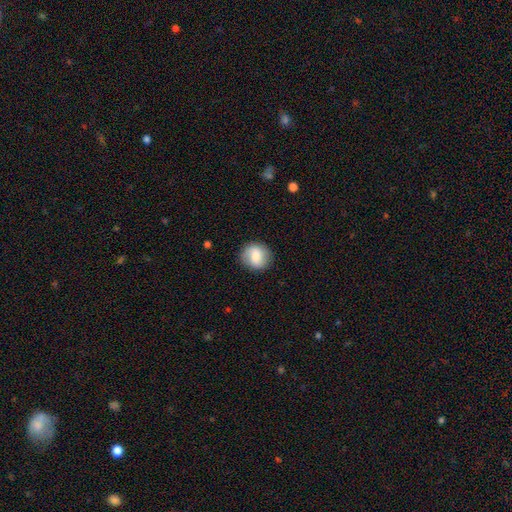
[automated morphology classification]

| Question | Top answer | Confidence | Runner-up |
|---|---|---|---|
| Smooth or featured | smooth | 73% | featured or disk (20%) |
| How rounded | round | 85% | in between (13%) |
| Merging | none | 86% | minor disturbance (10%) |